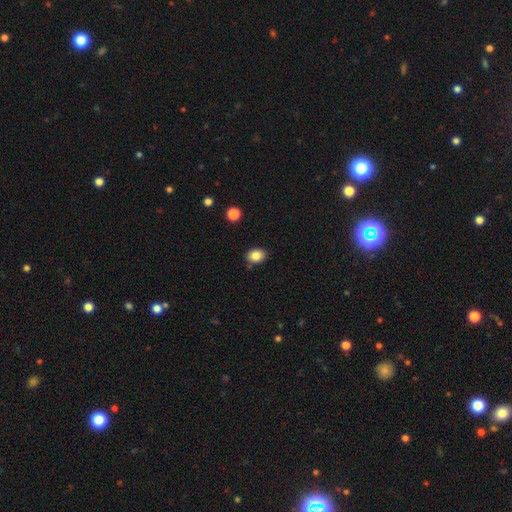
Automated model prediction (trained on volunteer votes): smooth 85%, star or artifact 9%, featured or disk 6%. Down the decision tree: how rounded — in between (57%); merging — none (83%).